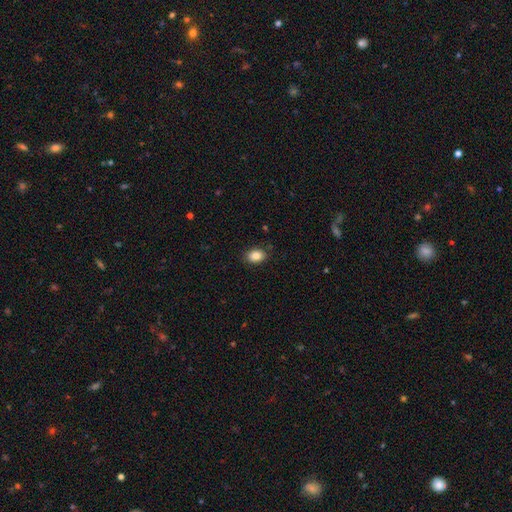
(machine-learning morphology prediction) Smooth or featured: smooth — 86% (star or artifact — 9%)
How rounded: in between — 79% (round — 19%)
Merging: none — 86% (minor disturbance — 11%)